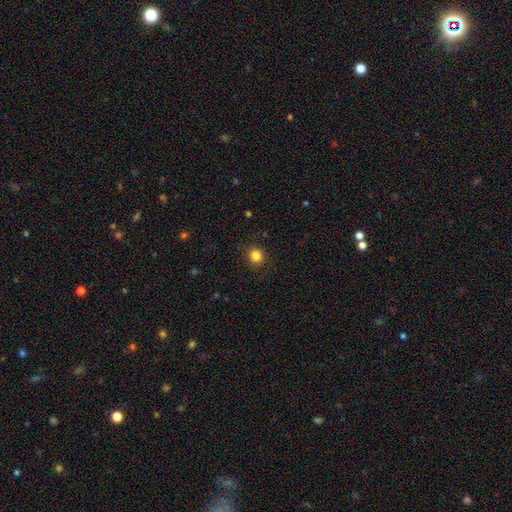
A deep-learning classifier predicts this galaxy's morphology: Smooth or featured?
  - smooth: 84% *
  - star or artifact: 12%
  - featured or disk: 4%
How rounded?
  - round: 89% *
  - in between: 11%
  - cigar-shaped: 1%
Merging?
  - none: 90% *
  - minor disturbance: 7%
  - major disturbance: 2%
  - merger: 1%